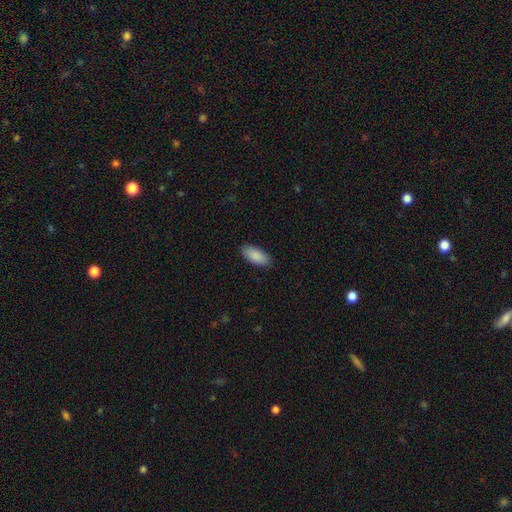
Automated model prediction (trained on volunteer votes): A smooth galaxy with no disk features (90%) that is in between round and cigar-shaped (89%). Merging: none (88%).